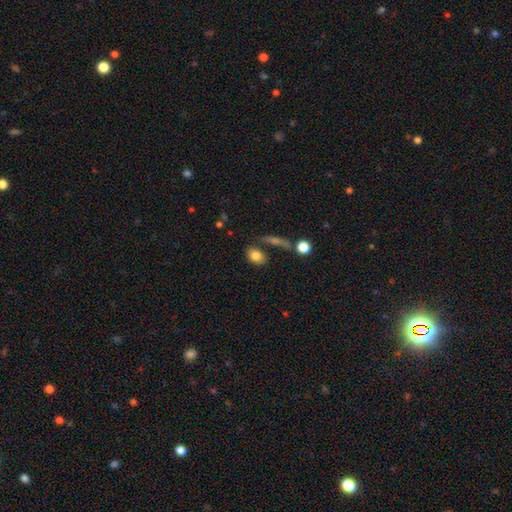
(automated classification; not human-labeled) Morphology: type=smooth (82%); roundness=in between (76%); merging=none (68%).